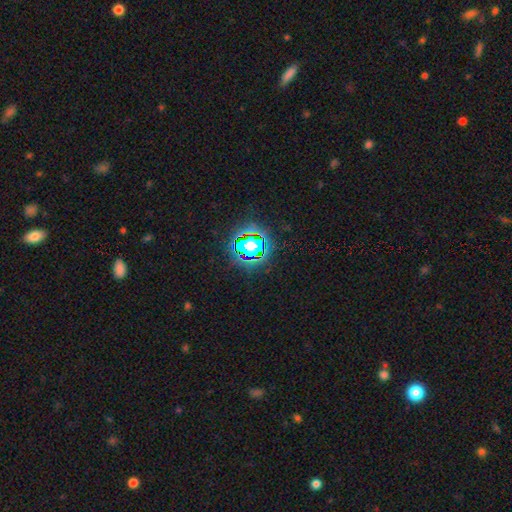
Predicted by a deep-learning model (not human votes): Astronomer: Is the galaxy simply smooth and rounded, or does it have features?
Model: star or artifact — 81%.